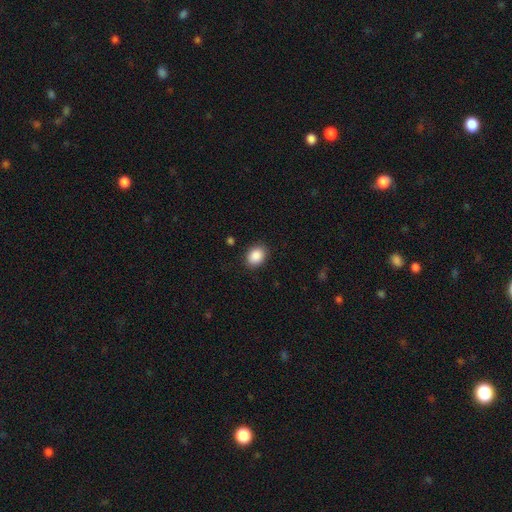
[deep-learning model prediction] Q: Smooth or featured?
A: smooth (89%); runner-up: star or artifact (8%)
Q: How rounded?
A: in between (63%); runner-up: round (36%)
Q: Merging?
A: none (86%); runner-up: minor disturbance (10%)